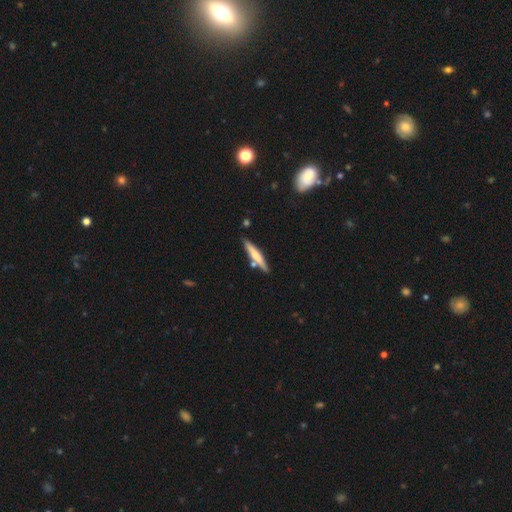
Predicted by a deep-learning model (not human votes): Overall: smooth (51%; featured or disk 43%). How rounded: cigar-shaped (90%). Merging: none (79%).